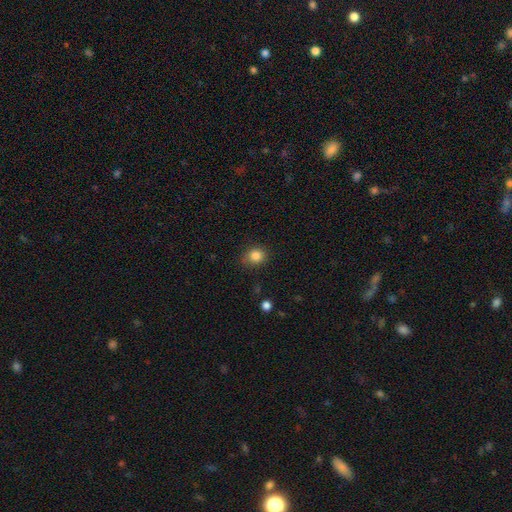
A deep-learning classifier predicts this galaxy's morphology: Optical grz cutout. It shows a smooth galaxy with no disk features (85%) that is round (70%). Merging: none (82%).